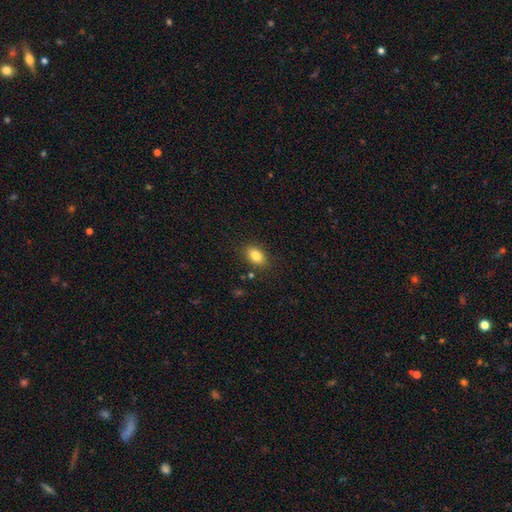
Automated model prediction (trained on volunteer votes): This is clearly a smooth galaxy (83%). How rounded: clearly in between (81%). Merging: clearly none (86%).